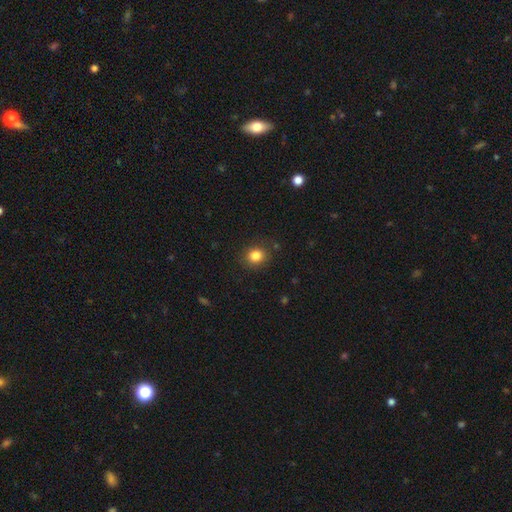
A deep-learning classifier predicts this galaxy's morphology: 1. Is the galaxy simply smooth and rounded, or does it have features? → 83% smooth, 11% star or artifact, 6% featured or disk.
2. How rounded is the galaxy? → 74% round, 25% in between, 1% cigar-shaped.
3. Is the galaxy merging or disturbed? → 86% none, 10% minor disturbance, 3% major disturbance, 1% merger.